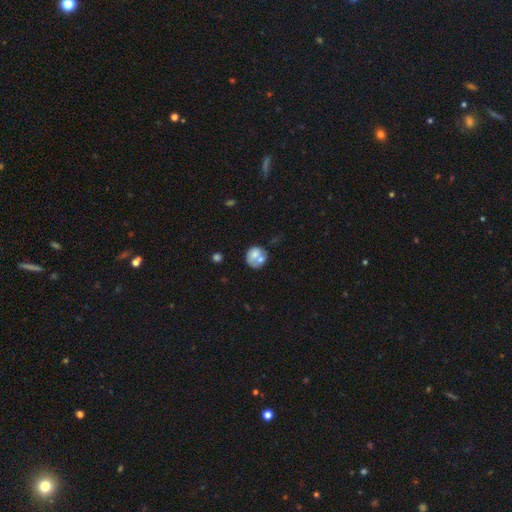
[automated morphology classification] smooth_or_featured: smooth (p=0.62) [alt: featured or disk p=0.30]
how_rounded: round (p=0.67) [alt: in between p=0.32]
merging: merger (p=0.45) [alt: none p=0.32]